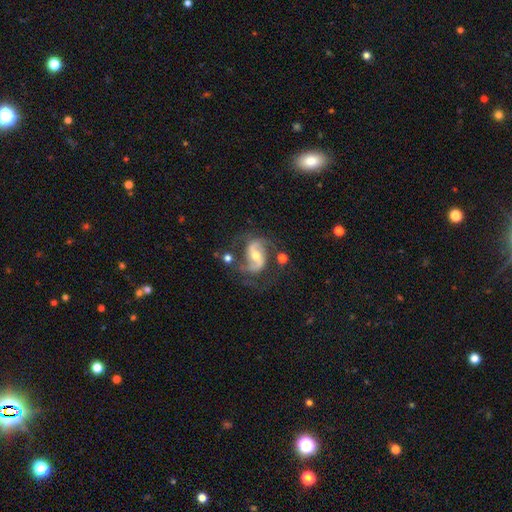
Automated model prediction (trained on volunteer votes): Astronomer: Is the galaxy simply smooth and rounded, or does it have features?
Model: featured or disk — 85%.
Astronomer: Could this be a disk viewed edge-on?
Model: no — 97%.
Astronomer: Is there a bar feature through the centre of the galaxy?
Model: weak — 41% (runner-up: strong, 34%).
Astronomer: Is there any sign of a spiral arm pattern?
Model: yes — 94%.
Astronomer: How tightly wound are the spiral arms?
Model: medium — 47% (runner-up: loose, 37%).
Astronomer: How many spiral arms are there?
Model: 2 — 87%.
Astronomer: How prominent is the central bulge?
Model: moderate — 58% (runner-up: small, 36%).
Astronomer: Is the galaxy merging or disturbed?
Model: none — 56%.